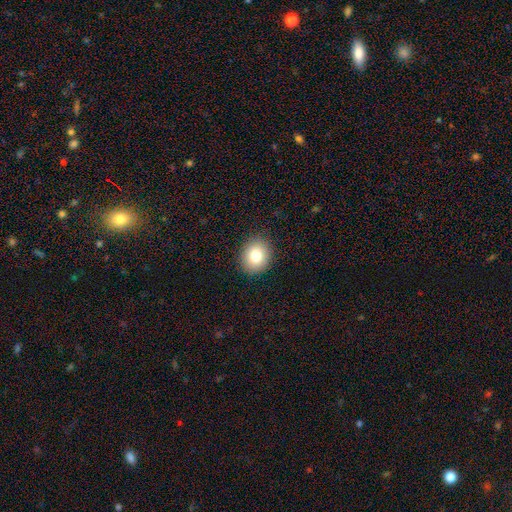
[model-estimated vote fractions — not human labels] Smooth or featured?
  - smooth: 81% *
  - star or artifact: 10%
  - featured or disk: 9%
How rounded?
  - round: 59% *
  - in between: 41%
  - cigar-shaped: 1%
Merging?
  - none: 89% *
  - minor disturbance: 7%
  - major disturbance: 2%
  - merger: 1%